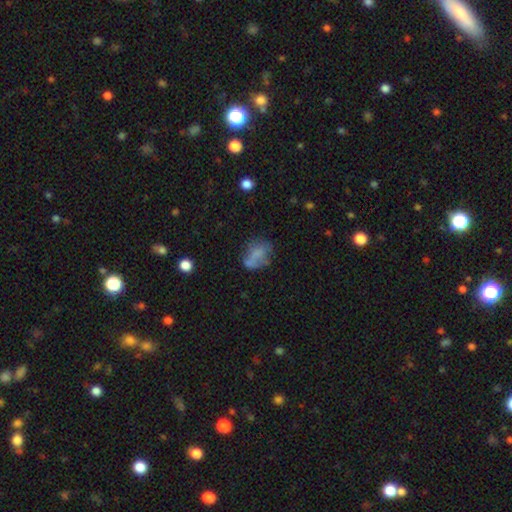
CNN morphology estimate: smooth-or-featured: smooth: 59% | featured or disk: 28% | star or artifact: 13%
  how-rounded: in between: 75% | round: 22% | cigar-shaped: 4%
  merging: none: 43% | minor disturbance: 27% | major disturbance: 21% | merger: 10%